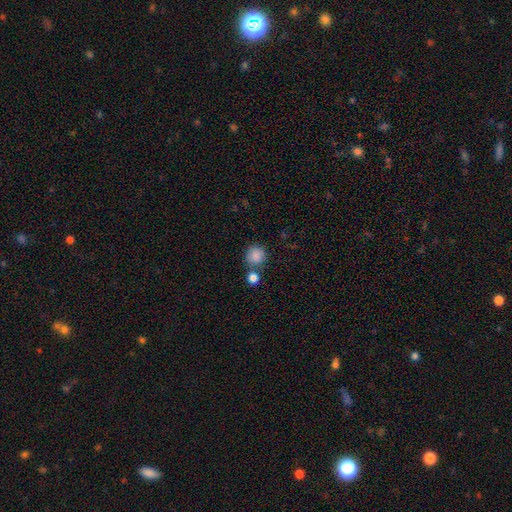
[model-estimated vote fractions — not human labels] Smooth or featured? smooth (86%)
How rounded? round (90%)
Merging? none (68%)